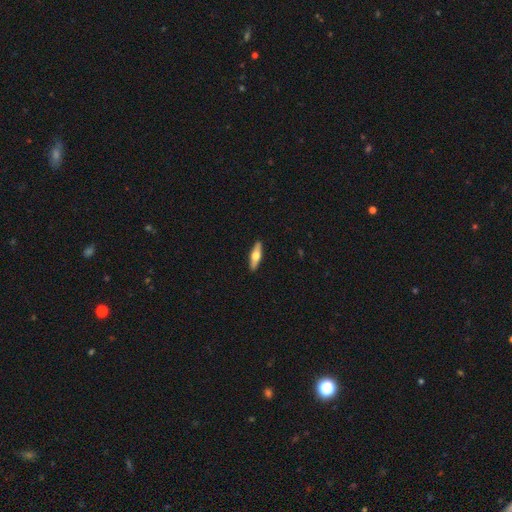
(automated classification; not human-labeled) Smooth or featured: featured or disk — 48% (smooth — 46%)
Merging: none — 91% (minor disturbance — 6%)